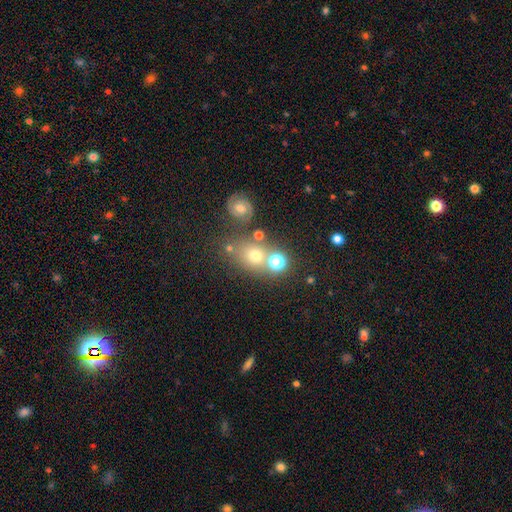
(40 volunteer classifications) Q: Smooth or featured?
A: smooth (78%); runner-up: featured or disk (18%)
Q: How rounded?
A: round (58%); runner-up: in between (42%)
Q: Merging?
A: none (58%); runner-up: merger (26%)